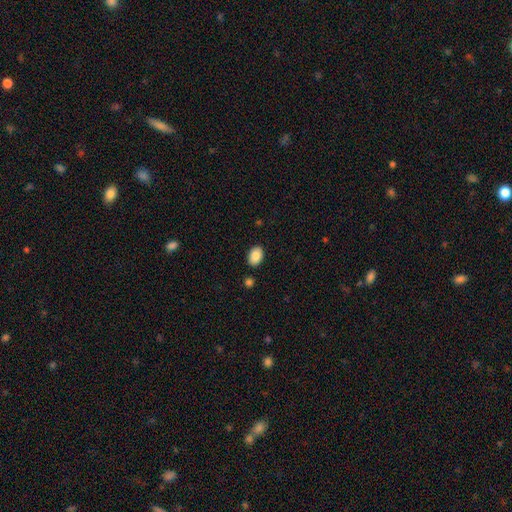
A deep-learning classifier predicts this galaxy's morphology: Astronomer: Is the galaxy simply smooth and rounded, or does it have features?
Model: smooth — 88%.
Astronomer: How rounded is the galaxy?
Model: in between — 86%.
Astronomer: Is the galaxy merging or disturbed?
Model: none — 87%.